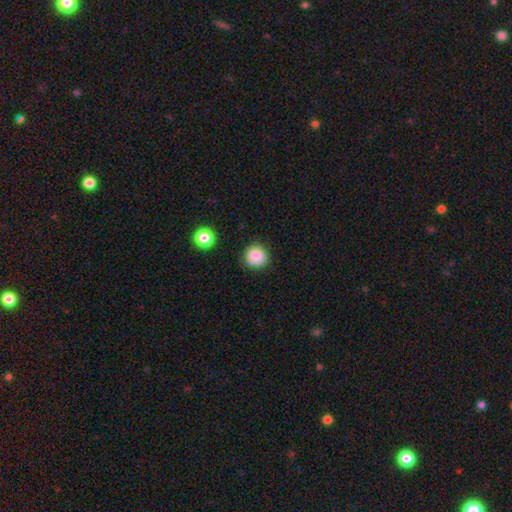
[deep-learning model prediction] Smooth or featured?
  - smooth: 85% *
  - star or artifact: 10%
  - featured or disk: 5%
How rounded?
  - round: 92% *
  - in between: 7%
  - cigar-shaped: 1%
Merging?
  - none: 83% *
  - minor disturbance: 12%
  - major disturbance: 3%
  - merger: 2%